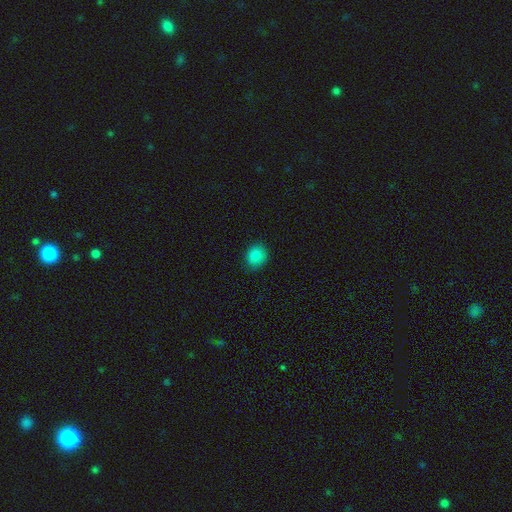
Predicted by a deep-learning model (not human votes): Morphology: type=smooth (85%); roundness=round (64%); merging=none (83%).